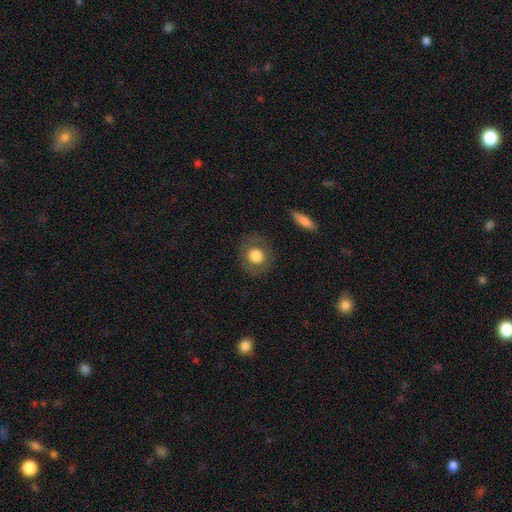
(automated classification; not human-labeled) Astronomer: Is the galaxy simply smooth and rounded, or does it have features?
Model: smooth — 73%.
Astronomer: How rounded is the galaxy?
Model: round — 86%.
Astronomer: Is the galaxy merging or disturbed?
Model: none — 83%.